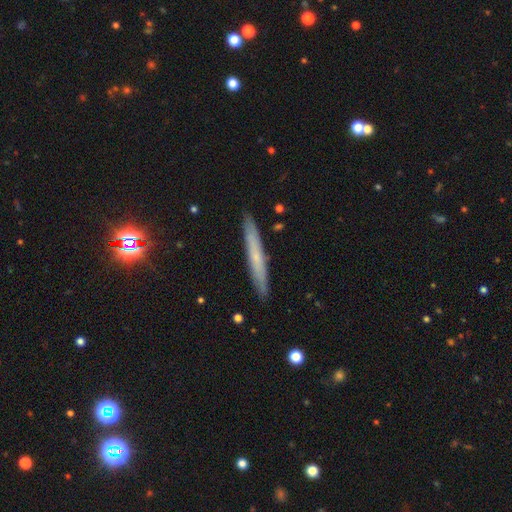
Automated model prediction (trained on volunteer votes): Overall: smooth (49%; featured or disk 43%). Merging: none (91%).